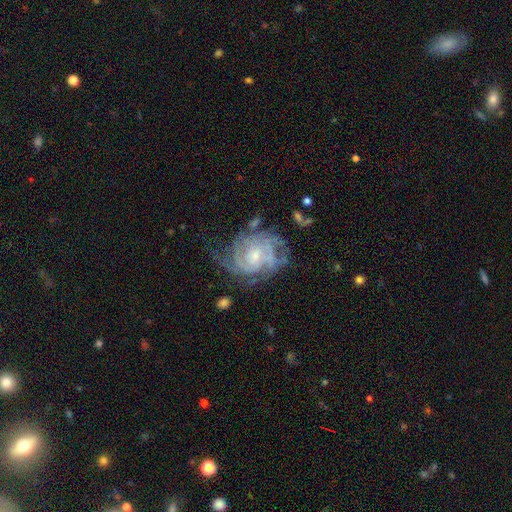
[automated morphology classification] Smooth or featured?
  - featured or disk: 85% *
  - smooth: 8%
  - star or artifact: 6%
Edge-on disk?
  - no: 97% *
  - yes: 3%
Bar?
  - no: 58% *
  - weak: 35%
  - strong: 6%
Spiral arms?
  - yes: 94% *
  - no: 6%
Spiral winding?
  - tight: 63% *
  - medium: 30%
  - loose: 8%
Spiral arm count?
  - can't tell: 36% *
  - 2: 19%
  - 3: 18%
  - 4: 15%
  - more than 4: 6%
  - 1: 6%
Bulge size?
  - small: 58% *
  - moderate: 35%
  - none: 4%
  - large: 2%
  - dominant: 1%
Merging?
  - none: 58% *
  - minor disturbance: 22%
  - major disturbance: 17%
  - merger: 3%